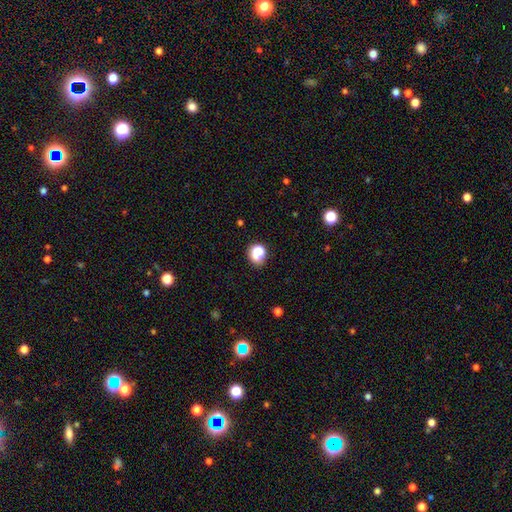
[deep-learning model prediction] Smooth or featured?
  - smooth: 79% *
  - star or artifact: 14%
  - featured or disk: 7%
How rounded?
  - round: 62% *
  - in between: 37%
  - cigar-shaped: 1%
Merging?
  - none: 72% *
  - minor disturbance: 16%
  - merger: 6%
  - major disturbance: 5%